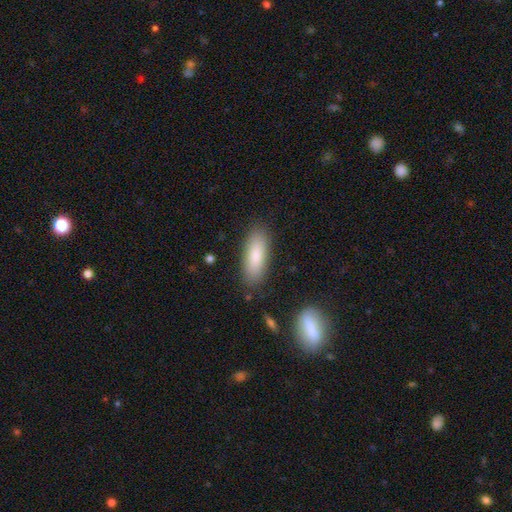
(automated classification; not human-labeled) smooth-or-featured: smooth: 84% | featured or disk: 10% | star or artifact: 6%
  how-rounded: in between: 70% | cigar-shaped: 28% | round: 2%
  merging: none: 84% | minor disturbance: 11% | major disturbance: 3% | merger: 2%